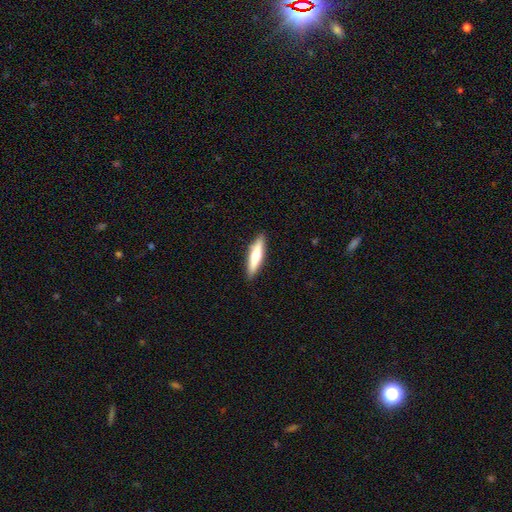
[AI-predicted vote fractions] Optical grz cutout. It shows a smooth galaxy with no disk features (58%) that is cigar-shaped (80%). Merging: none (90%).